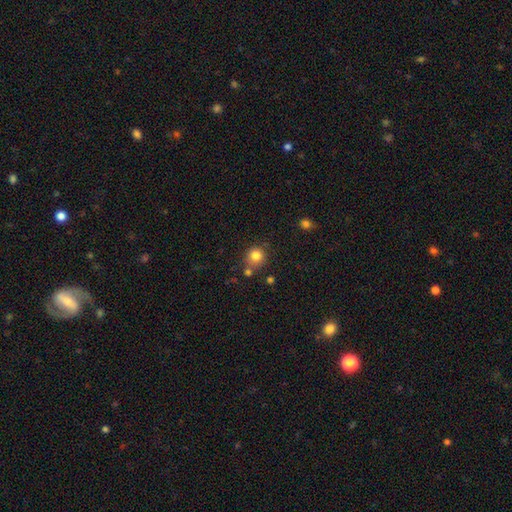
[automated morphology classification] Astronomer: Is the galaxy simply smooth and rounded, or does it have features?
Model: smooth — 82%.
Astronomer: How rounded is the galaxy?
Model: round — 87%.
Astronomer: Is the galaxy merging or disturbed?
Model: none — 70%.